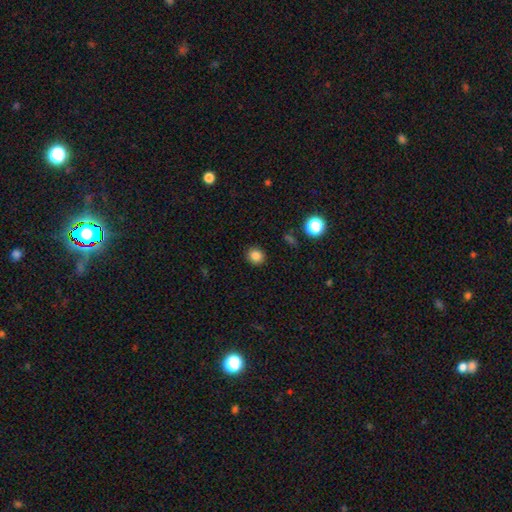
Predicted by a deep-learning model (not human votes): Smooth or featured: smooth — 84% (star or artifact — 12%)
How rounded: round — 85% (in between — 14%)
Merging: none — 91% (minor disturbance — 6%)